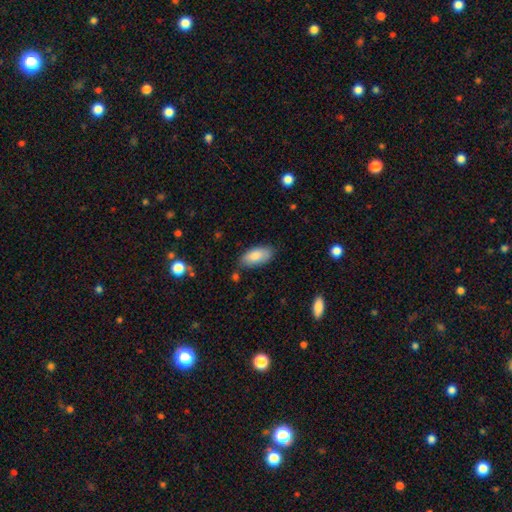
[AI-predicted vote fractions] smooth_or_featured: smooth (p=0.86) [alt: featured or disk p=0.08]
how_rounded: in between (p=0.92) [alt: cigar-shaped p=0.06]
merging: none (p=0.75) [alt: minor disturbance p=0.19]